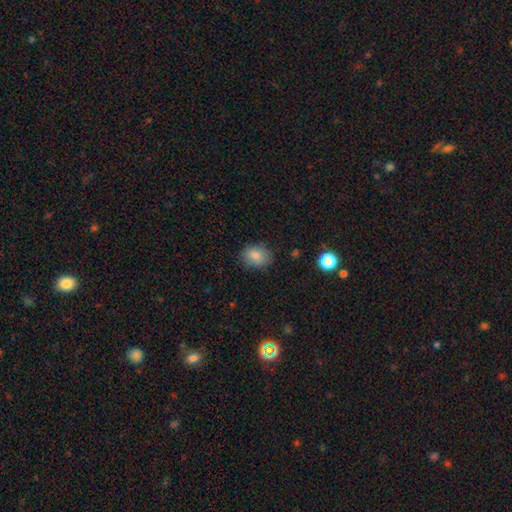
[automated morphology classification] Q: Smooth or featured?
A: smooth (83%); runner-up: star or artifact (9%)
Q: How rounded?
A: in between (63%); runner-up: round (36%)
Q: Merging?
A: none (80%); runner-up: minor disturbance (15%)